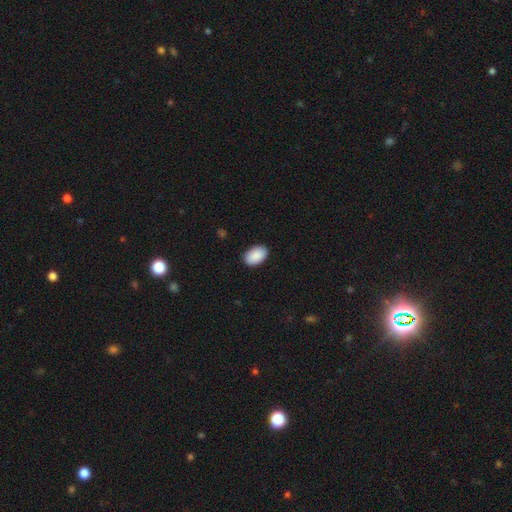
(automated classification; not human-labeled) Smooth or featured? smooth (91%)
How rounded? in between (92%)
Merging? none (89%)